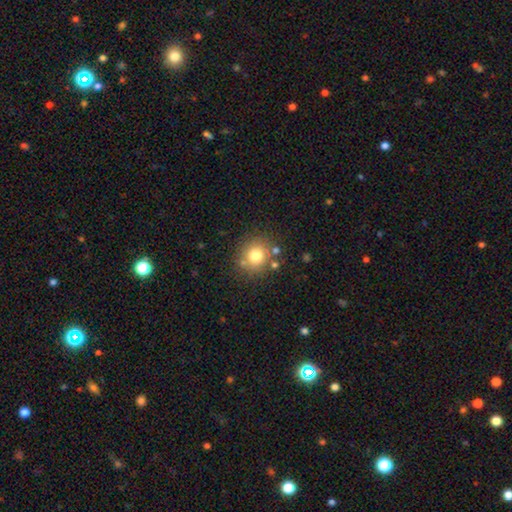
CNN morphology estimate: Smooth or featured? smooth (76%)
How rounded? round (88%)
Merging? none (78%)